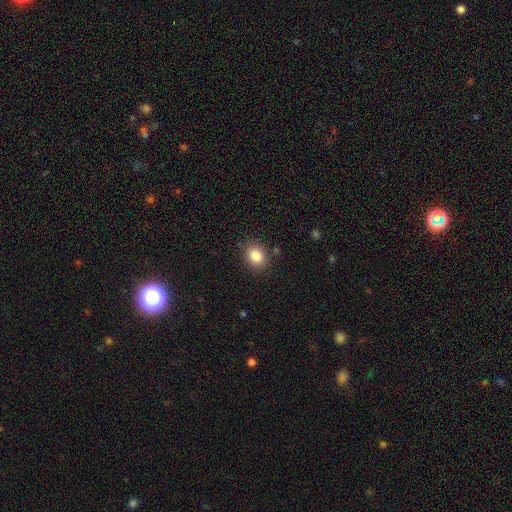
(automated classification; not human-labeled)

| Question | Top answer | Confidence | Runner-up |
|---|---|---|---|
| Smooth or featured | smooth | 84% | star or artifact (10%) |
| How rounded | round | 56% | in between (43%) |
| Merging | none | 85% | minor disturbance (10%) |